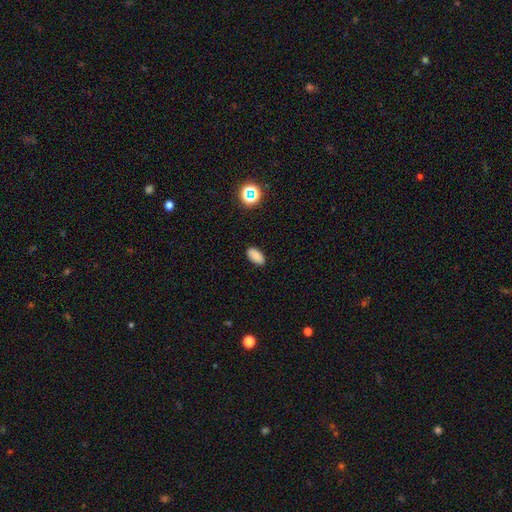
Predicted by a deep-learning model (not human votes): Smooth or featured?
  - smooth: 86% *
  - star or artifact: 11%
  - featured or disk: 3%
How rounded?
  - in between: 92% *
  - cigar-shaped: 5%
  - round: 3%
Merging?
  - none: 89% *
  - minor disturbance: 8%
  - major disturbance: 2%
  - merger: 1%